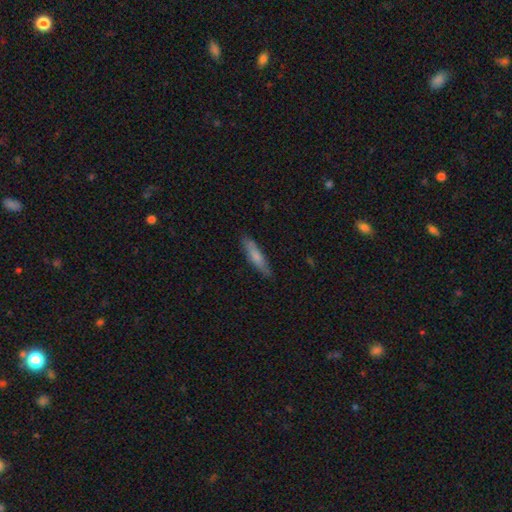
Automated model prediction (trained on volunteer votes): Q: Smooth or featured?
A: smooth (72%); runner-up: featured or disk (23%)
Q: How rounded?
A: cigar-shaped (82%); runner-up: in between (16%)
Q: Merging?
A: none (85%); runner-up: minor disturbance (12%)